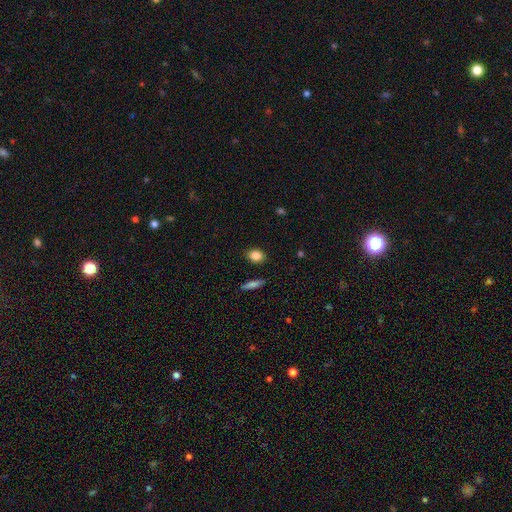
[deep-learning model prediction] This is clearly a smooth galaxy (85%). How rounded: possibly in between (60%). Merging: clearly none (88%).